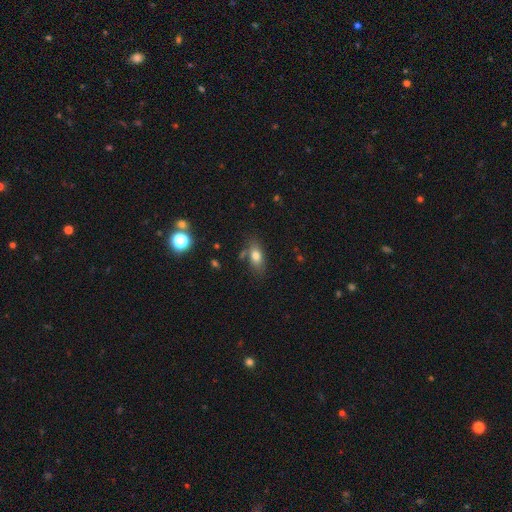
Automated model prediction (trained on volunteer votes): Smooth or featured? smooth (77%)
How rounded? in between (81%)
Merging? none (72%)